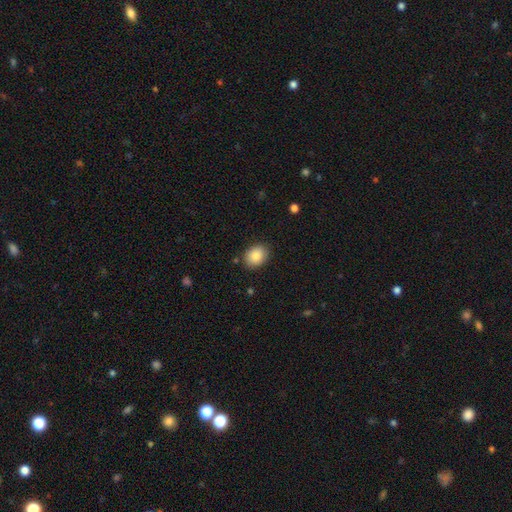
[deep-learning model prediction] smooth-or-featured: smooth: 86% | star or artifact: 8% | featured or disk: 6%
  how-rounded: in between: 62% | round: 38% | cigar-shaped: 1%
  merging: none: 85% | minor disturbance: 11% | major disturbance: 3% | merger: 2%